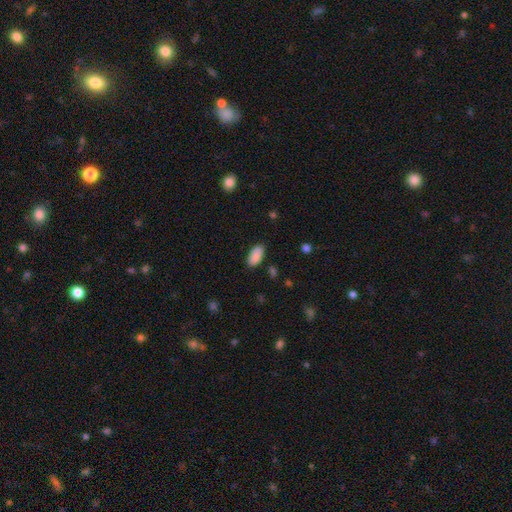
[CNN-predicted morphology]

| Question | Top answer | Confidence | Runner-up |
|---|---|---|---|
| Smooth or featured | smooth | 89% | star or artifact (7%) |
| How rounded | in between | 93% | cigar-shaped (5%) |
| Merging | none | 85% | minor disturbance (11%) |